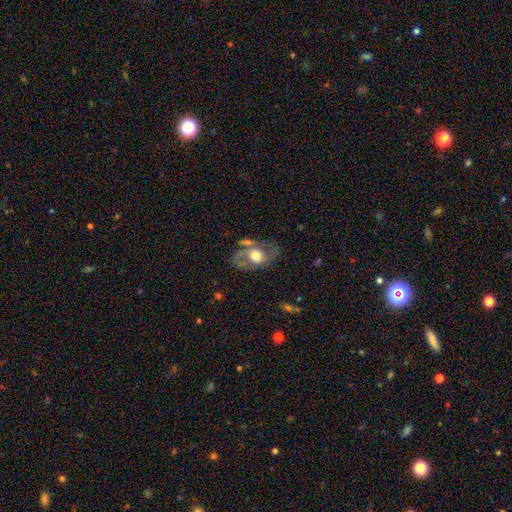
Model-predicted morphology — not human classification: Overall: featured or disk (61%; smooth 32%). Edge-on disk: no (93%). Bar: no (73%). Spiral arms: yes (64%; no 36%). Bulge size: moderate (53%; large 38%). Merging: none (56%; minor disturbance 21%).